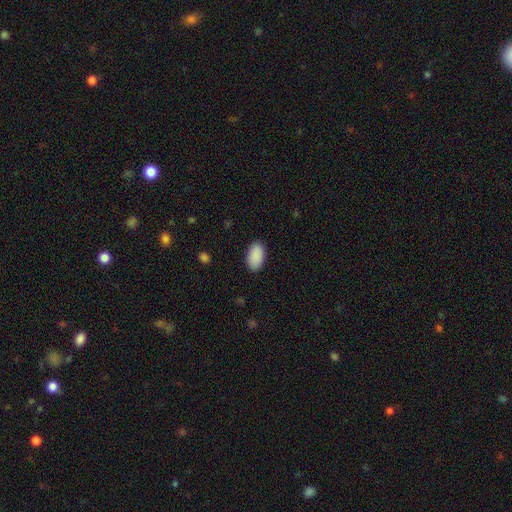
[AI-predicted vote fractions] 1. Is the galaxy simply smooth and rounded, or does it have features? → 91% smooth, 6% star or artifact, 3% featured or disk.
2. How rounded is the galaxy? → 95% in between, 3% round, 1% cigar-shaped.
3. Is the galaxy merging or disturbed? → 88% none, 9% minor disturbance, 2% major disturbance, 1% merger.